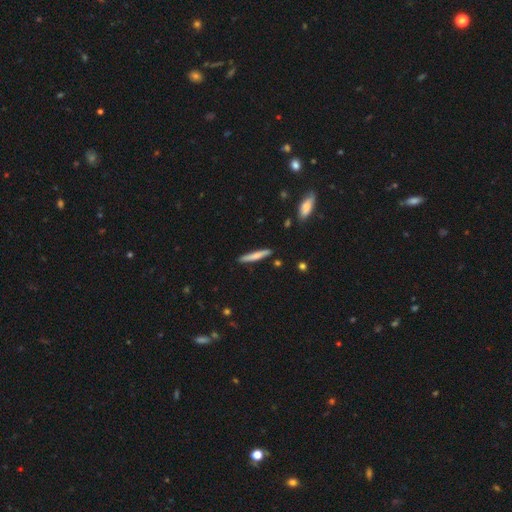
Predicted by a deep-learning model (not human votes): Overall: smooth (66%; featured or disk 28%). How rounded: cigar-shaped (94%). Merging: none (88%).